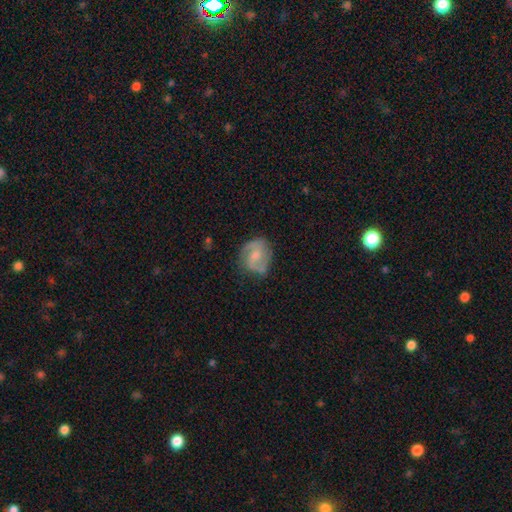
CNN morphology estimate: A featured or disk galaxy (73%) with a weak bar (48%), 2 (84%) medium (52%) spiral arms (92%) and a moderate central bulge (46%). Merging: none (69%).